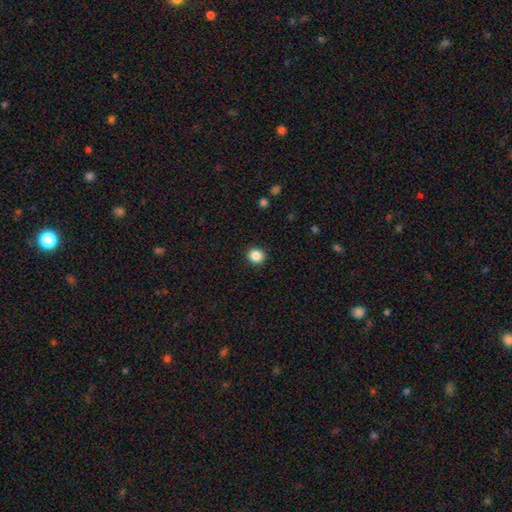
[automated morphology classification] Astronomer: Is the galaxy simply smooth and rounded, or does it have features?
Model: smooth — 86%.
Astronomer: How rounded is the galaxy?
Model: round — 86%.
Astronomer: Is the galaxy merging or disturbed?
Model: none — 91%.